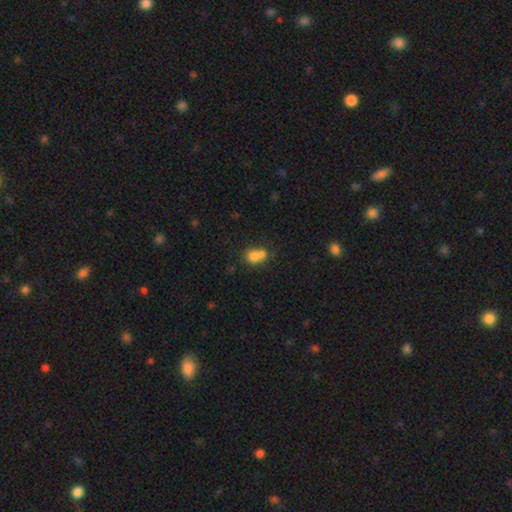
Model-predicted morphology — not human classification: Q: Smooth or featured?
A: smooth (72%); runner-up: featured or disk (16%)
Q: How rounded?
A: round (50%); runner-up: in between (48%)
Q: Merging?
A: merger (62%); runner-up: none (26%)